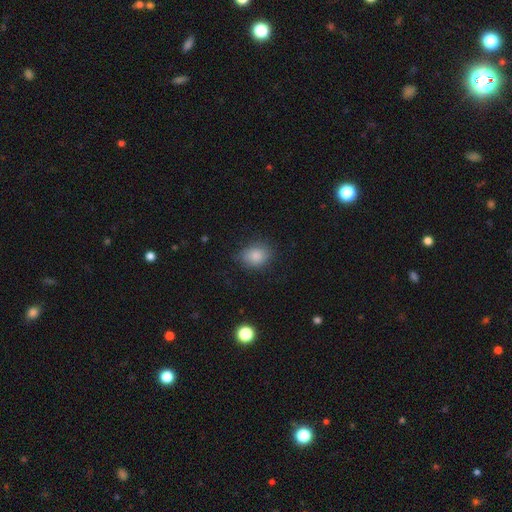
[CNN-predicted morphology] smooth_or_featured: smooth (p=0.85) [alt: star or artifact p=0.09]
how_rounded: round (p=0.53) [alt: in between p=0.46]
merging: none (p=0.76) [alt: minor disturbance p=0.19]